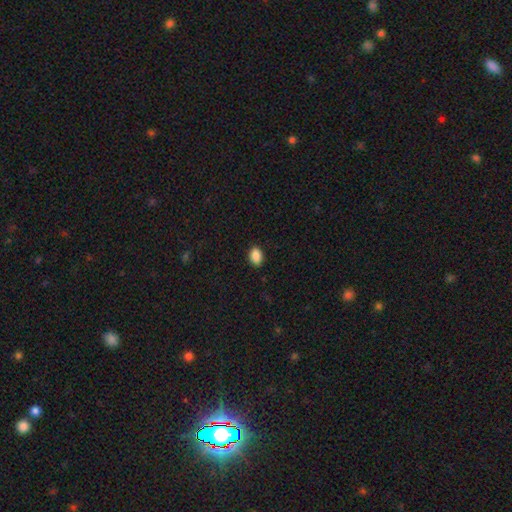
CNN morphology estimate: smooth 89%, star or artifact 8%, featured or disk 3%. Down the decision tree: how rounded — in between (81%); merging — none (89%).